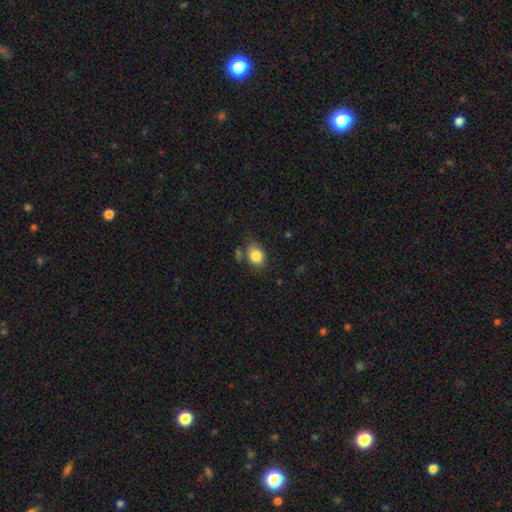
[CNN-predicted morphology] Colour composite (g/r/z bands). It shows a smooth galaxy with no disk features (84%) that is in between round and cigar-shaped (64%). Merging: none (69%).